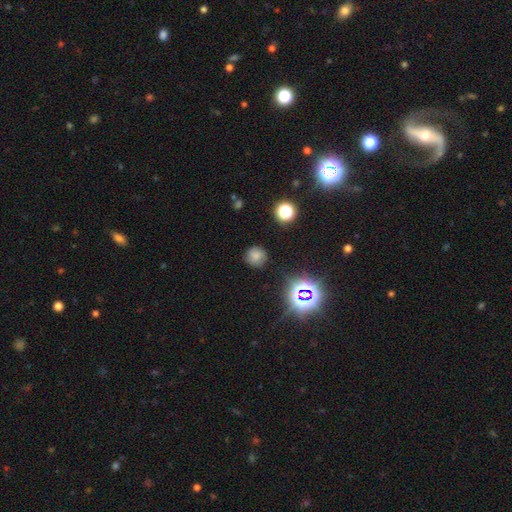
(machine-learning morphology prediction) Overall: smooth (69%). How rounded: round (89%). Merging: none (80%).